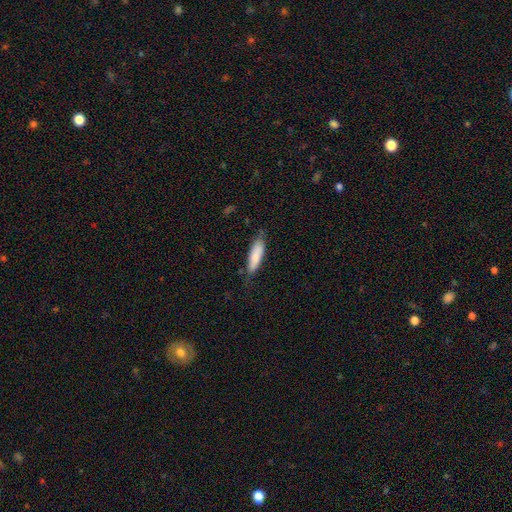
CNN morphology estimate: Smooth or featured?
  - smooth: 82% *
  - featured or disk: 12%
  - star or artifact: 6%
How rounded?
  - cigar-shaped: 62% *
  - in between: 37%
  - round: 1%
Merging?
  - none: 72% *
  - minor disturbance: 22%
  - major disturbance: 5%
  - merger: 2%